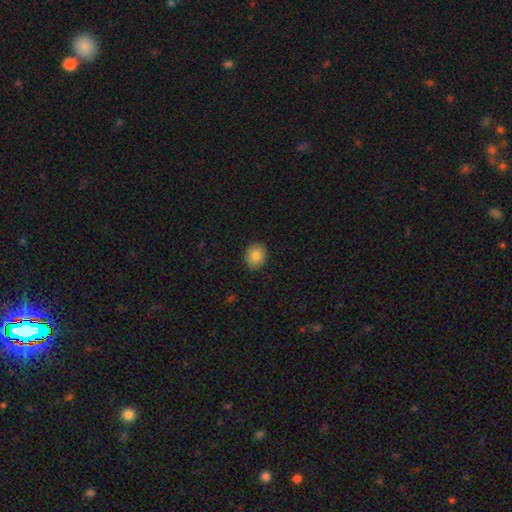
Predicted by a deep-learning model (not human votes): A smooth galaxy with no disk features (85%) that is round (70%).

Vote fractions:
- Smooth or featured? smooth: 85% / star or artifact: 9% / featured or disk: 6%
- How rounded? round: 70% / in between: 29% / cigar-shaped: 1%
- Merging? none: 90% / minor disturbance: 8% / major disturbance: 2% / merger: 1%